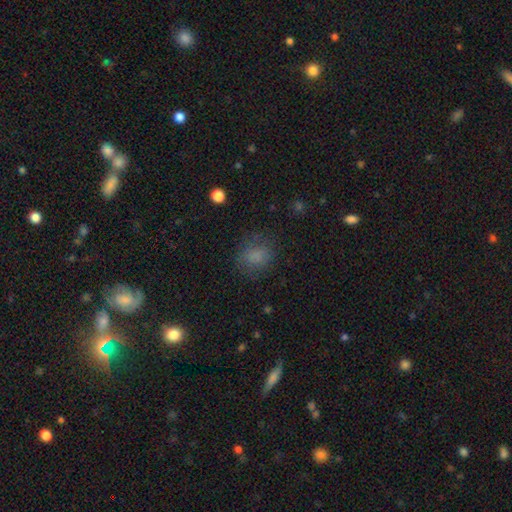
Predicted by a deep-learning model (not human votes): Smooth or featured? smooth (77%)
How rounded? round (63%)
Merging? none (72%)